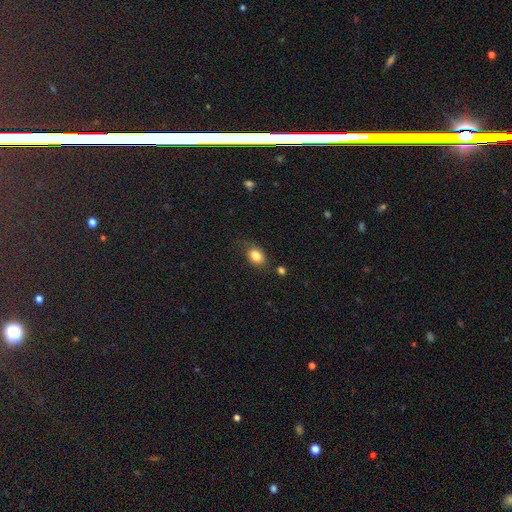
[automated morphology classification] Smooth or featured? smooth (82%)
How rounded? in between (78%)
Merging? none (66%)